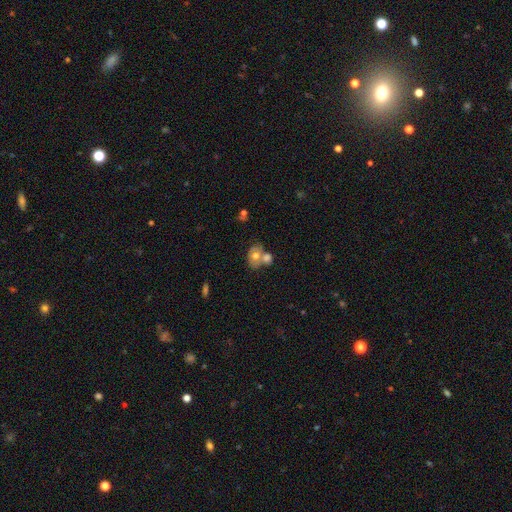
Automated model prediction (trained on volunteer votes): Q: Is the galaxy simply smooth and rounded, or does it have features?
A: smooth — 64%.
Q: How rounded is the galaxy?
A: in between — 58%.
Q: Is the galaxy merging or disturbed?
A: merger — 51%.